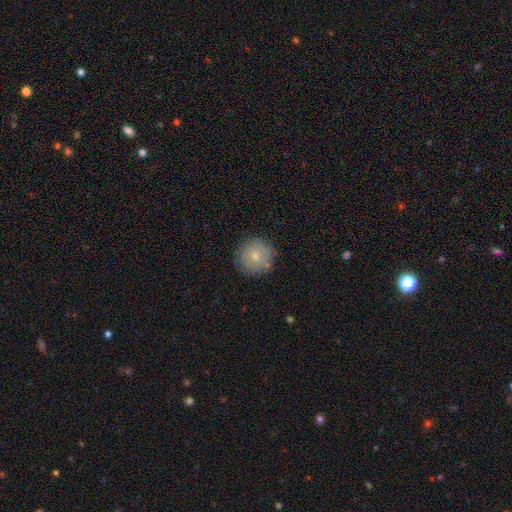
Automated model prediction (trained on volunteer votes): Overall: smooth (73%). How rounded: round (95%). Merging: none (84%).